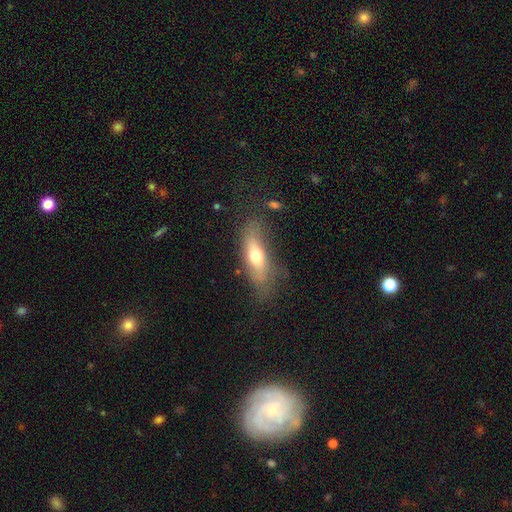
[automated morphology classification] A smooth galaxy with no disk features (60%) that is in between round and cigar-shaped (57%). Merging: none (59%).